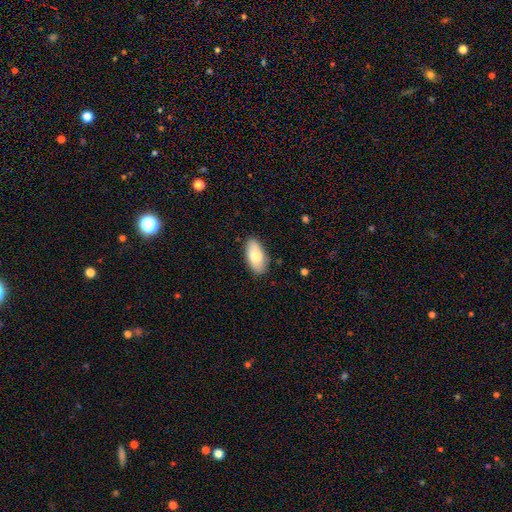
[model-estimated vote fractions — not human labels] Q: Smooth or featured?
A: smooth (78%); runner-up: featured or disk (16%)
Q: How rounded?
A: in between (92%); runner-up: cigar-shaped (5%)
Q: Merging?
A: none (85%); runner-up: minor disturbance (11%)